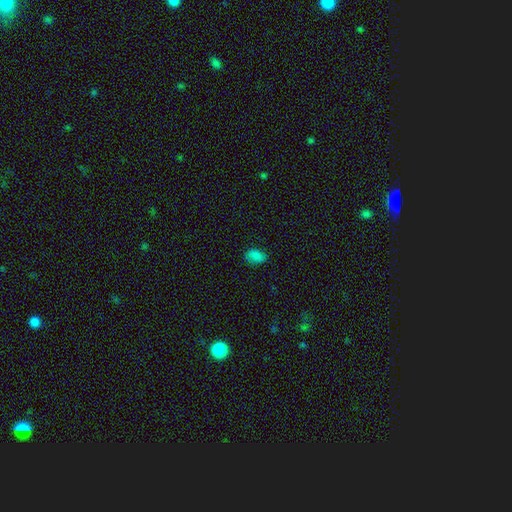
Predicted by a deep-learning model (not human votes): smooth-or-featured: smooth: 81% | star or artifact: 13% | featured or disk: 6%
  how-rounded: in between: 88% | round: 11% | cigar-shaped: 2%
  merging: none: 77% | minor disturbance: 18% | major disturbance: 4% | merger: 1%